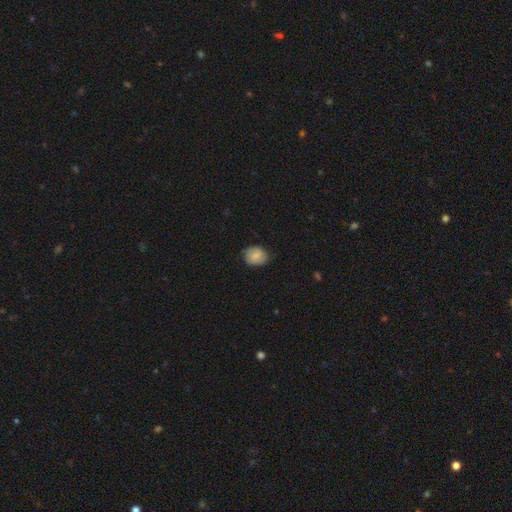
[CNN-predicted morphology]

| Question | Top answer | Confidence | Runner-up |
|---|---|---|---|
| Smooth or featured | smooth | 69% | featured or disk (24%) |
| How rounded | round | 57% | in between (42%) |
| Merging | none | 76% | minor disturbance (19%) |